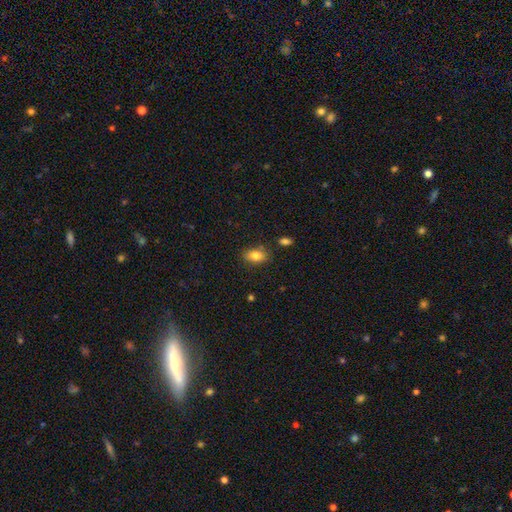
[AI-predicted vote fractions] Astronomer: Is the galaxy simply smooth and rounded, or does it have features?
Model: smooth — 83%.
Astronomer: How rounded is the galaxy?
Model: in between — 82%.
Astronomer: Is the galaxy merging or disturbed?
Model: none — 81%.